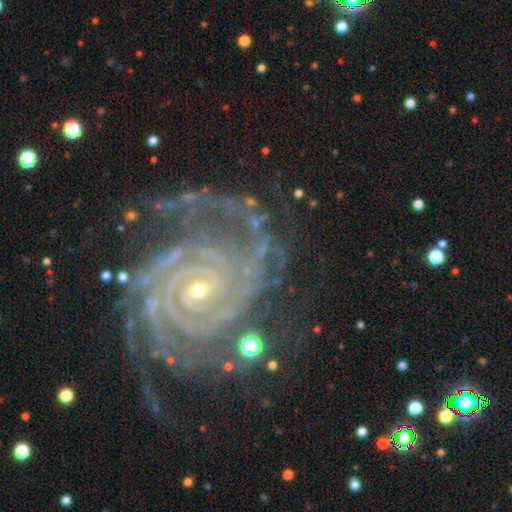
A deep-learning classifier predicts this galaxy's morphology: Overall: featured or disk (92%). Edge-on disk: no (98%). Bar: no (54%; weak 29%). Spiral arms: yes (99%). Spiral arm count: 4 (21%; 2 20%). Spiral winding: tight (82%). Bulge size: small (74%). Merging: none (65%).